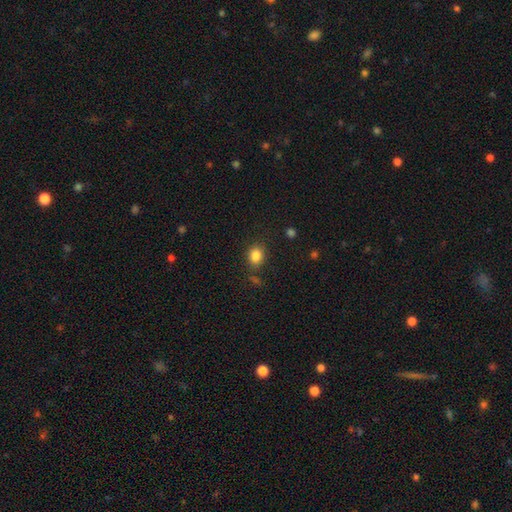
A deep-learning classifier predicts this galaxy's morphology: The model was most divided on "how rounded": in between: 51%, round: 48%, cigar-shaped: 1%. More confident: smooth or featured — smooth (85%); merging — none (77%).